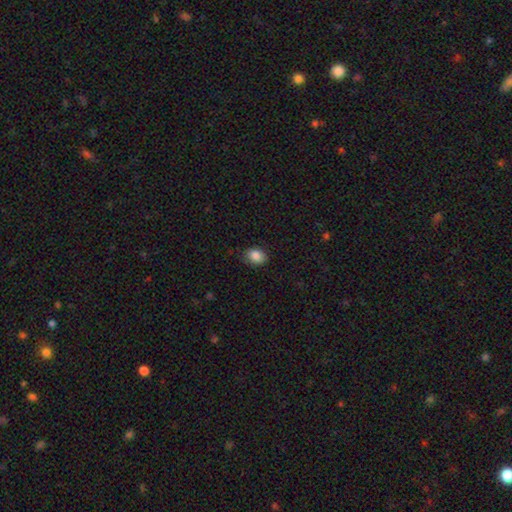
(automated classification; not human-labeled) Smooth or featured? Predicted: smooth (p=0.87). How rounded? Predicted: in between (p=0.67). Merging? Predicted: none (p=0.83).